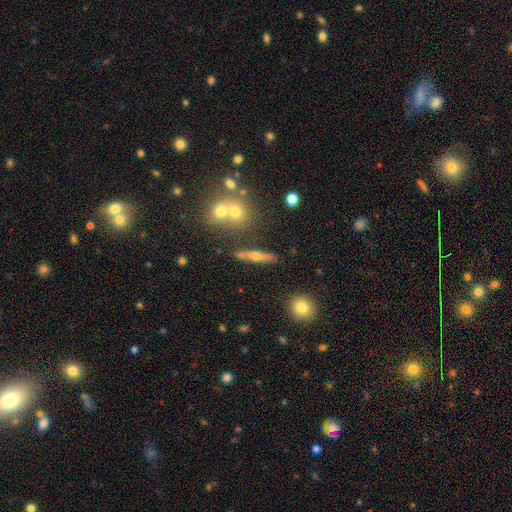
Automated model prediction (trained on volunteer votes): Smooth or featured? featured or disk (53%)
Edge-on disk? yes (88%)
Merging? none (77%)